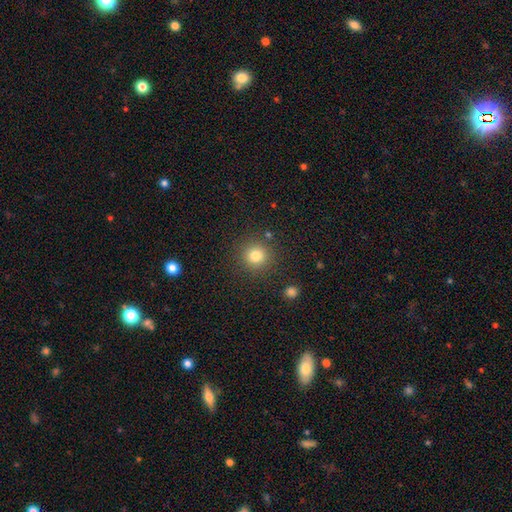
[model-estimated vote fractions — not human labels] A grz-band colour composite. It shows a smooth galaxy with no disk features (81%) that is round (94%). Merging: none (88%).